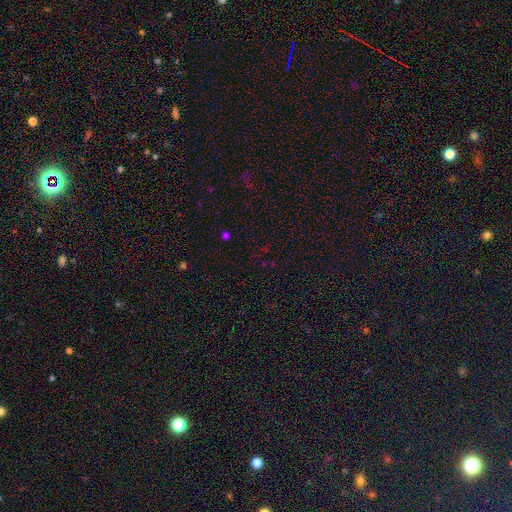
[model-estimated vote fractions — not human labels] The model was most divided on "smooth or featured": star or artifact: 65%, smooth: 28%, featured or disk: 7%.